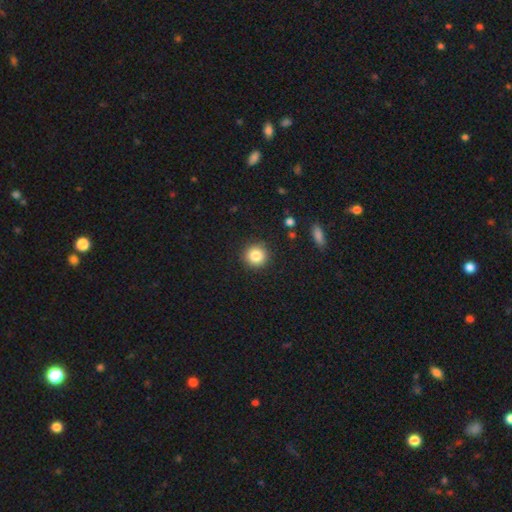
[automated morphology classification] Smooth or featured? Predicted: smooth (p=0.83). How rounded? Predicted: round (p=0.94). Merging? Predicted: none (p=0.91).